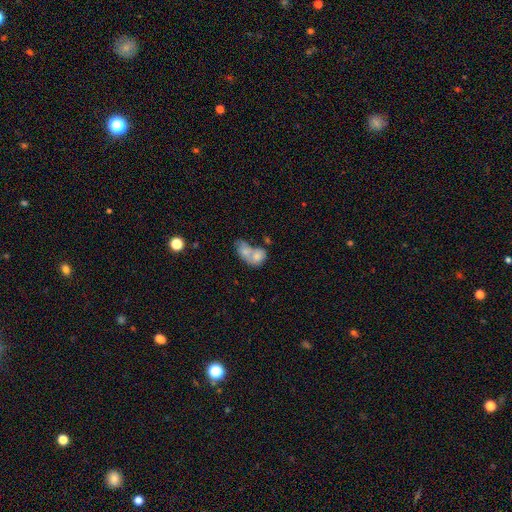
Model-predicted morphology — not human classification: A smooth galaxy with no disk features (69%) that is in between round and cigar-shaped (64%). Merging: merger (75%).